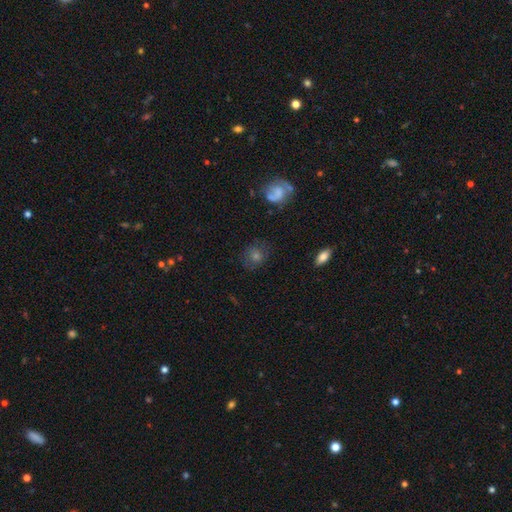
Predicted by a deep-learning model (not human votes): Smooth or featured? Predicted: smooth (p=0.52). How rounded? Predicted: round (p=0.78). Merging? Predicted: none (p=0.80).